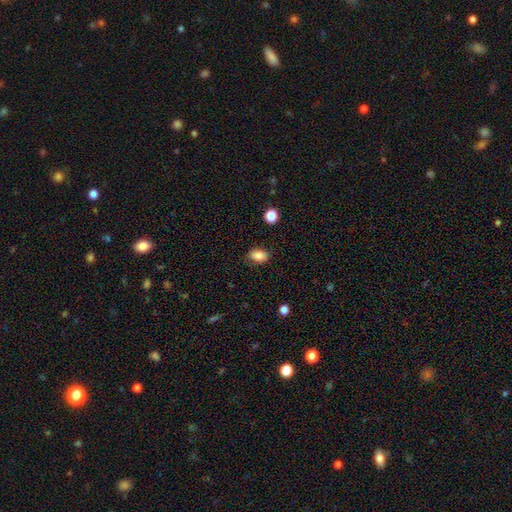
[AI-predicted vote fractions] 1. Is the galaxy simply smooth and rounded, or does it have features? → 83% smooth, 10% star or artifact, 7% featured or disk.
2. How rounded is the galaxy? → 85% in between, 12% round, 2% cigar-shaped.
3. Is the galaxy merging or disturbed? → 83% none, 13% minor disturbance, 3% major disturbance, 1% merger.